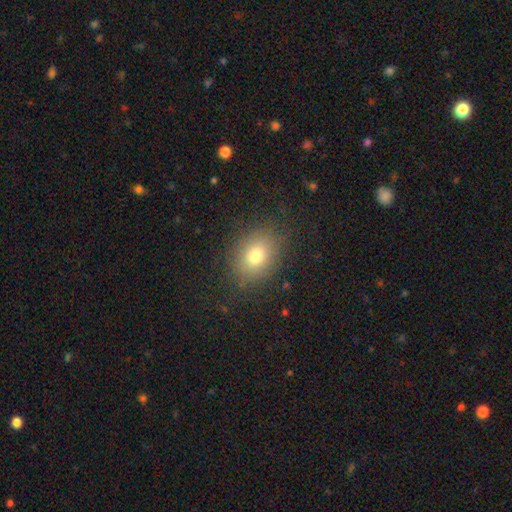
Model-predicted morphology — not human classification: The model was most divided on "how rounded": in between: 63%, round: 36%, cigar-shaped: 1%. More confident: merging — none (84%); smooth or featured — smooth (76%).